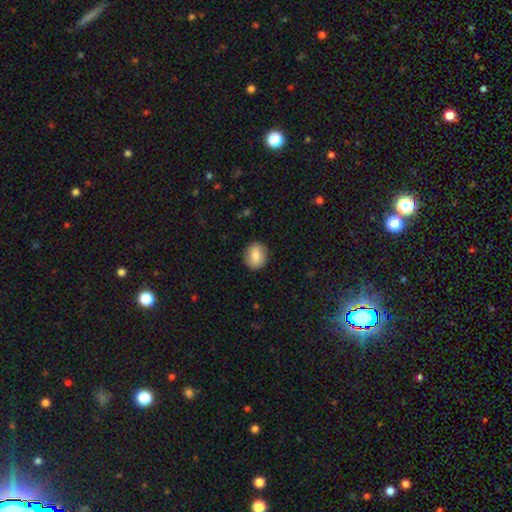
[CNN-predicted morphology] Smooth or featured: smooth — 81% (featured or disk — 11%)
How rounded: round — 75% (in between — 24%)
Merging: none — 89% (minor disturbance — 8%)